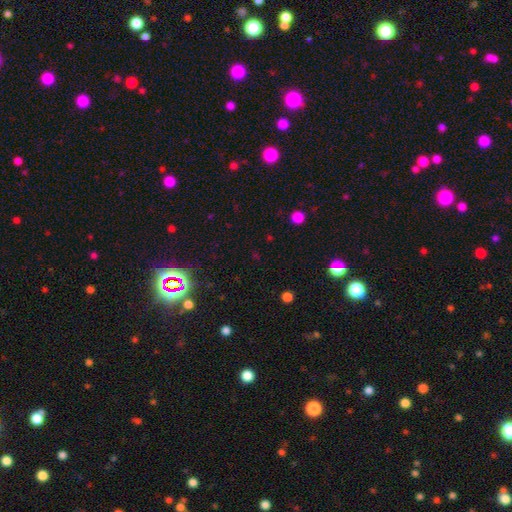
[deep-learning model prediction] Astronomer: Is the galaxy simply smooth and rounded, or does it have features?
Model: star or artifact — 64%.